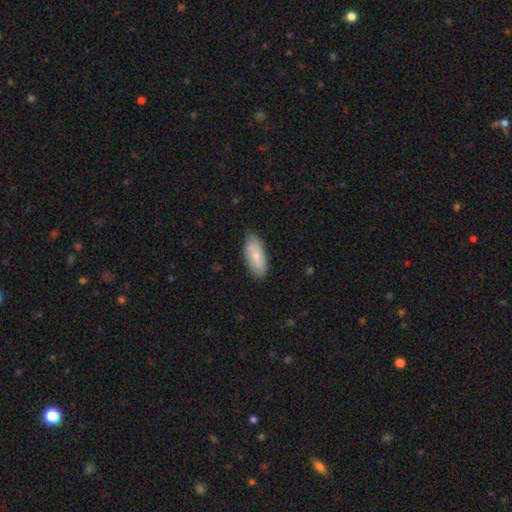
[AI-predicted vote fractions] A smooth galaxy with no disk features (76%) that is in between round and cigar-shaped (86%).

Vote fractions:
- Smooth or featured? smooth: 76% / featured or disk: 19% / star or artifact: 5%
- How rounded? in between: 86% / cigar-shaped: 13% / round: 2%
- Merging? none: 81% / minor disturbance: 16% / major disturbance: 3% / merger: 1%